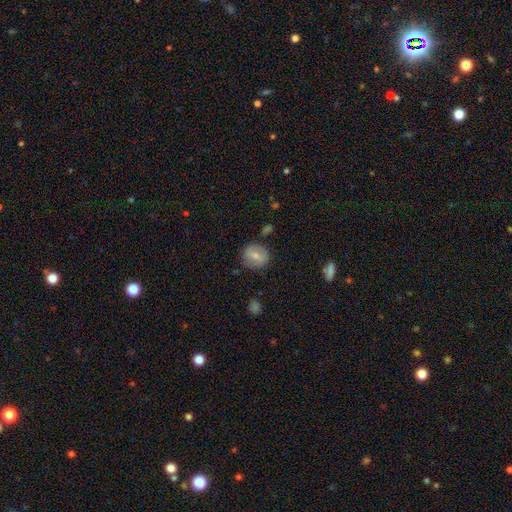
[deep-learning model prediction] Smooth or featured? Predicted: smooth (p=0.69). How rounded? Predicted: round (p=0.81). Merging? Predicted: none (p=0.80).